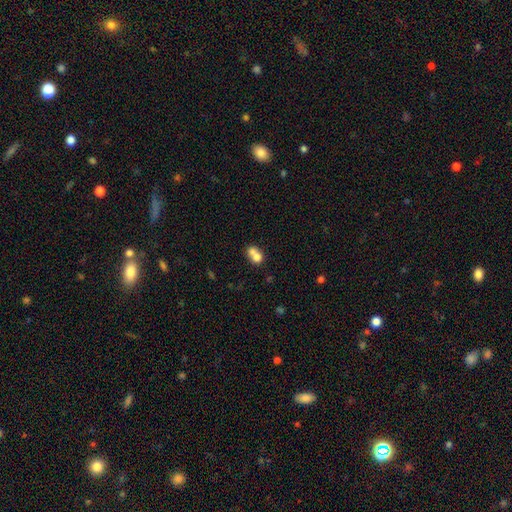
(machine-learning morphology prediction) Q: Smooth or featured?
A: smooth (71%); runner-up: featured or disk (19%)
Q: How rounded?
A: round (59%); runner-up: in between (40%)
Q: Merging?
A: merger (66%); runner-up: none (24%)